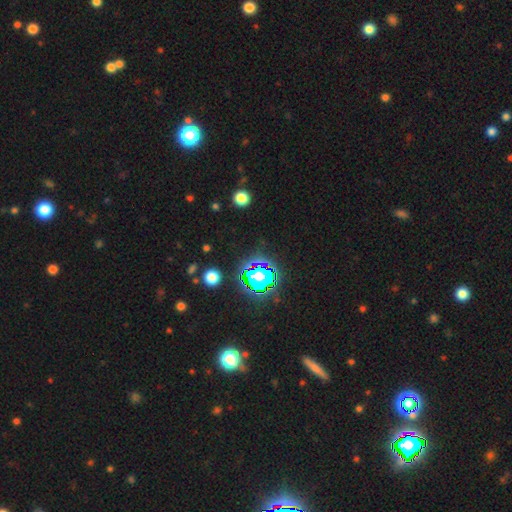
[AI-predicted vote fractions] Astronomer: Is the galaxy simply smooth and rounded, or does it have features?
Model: star or artifact — 81%.